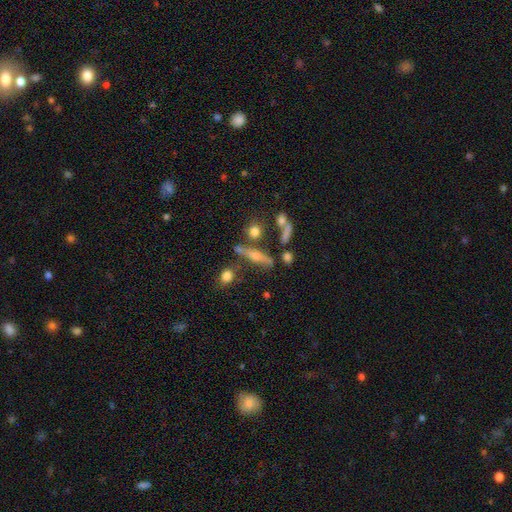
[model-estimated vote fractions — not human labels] Smooth or featured: featured or disk — 54% (smooth — 34%)
Edge-on disk: yes — 84% (no — 16%)
Merging: none — 64% (minor disturbance — 15%)